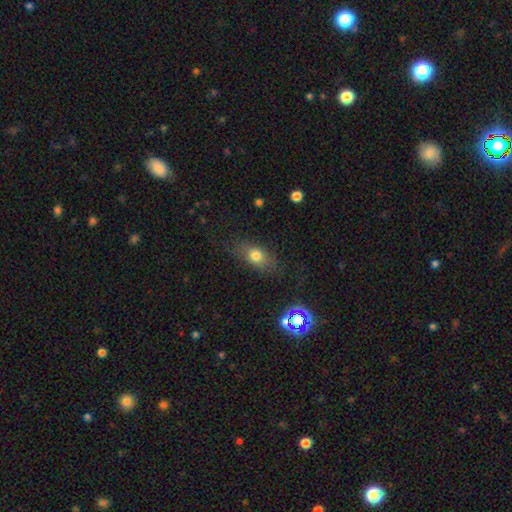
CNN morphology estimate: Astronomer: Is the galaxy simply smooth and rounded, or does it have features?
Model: smooth — 72%.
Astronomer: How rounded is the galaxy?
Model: in between — 73%.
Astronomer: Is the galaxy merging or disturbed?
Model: none — 76%.